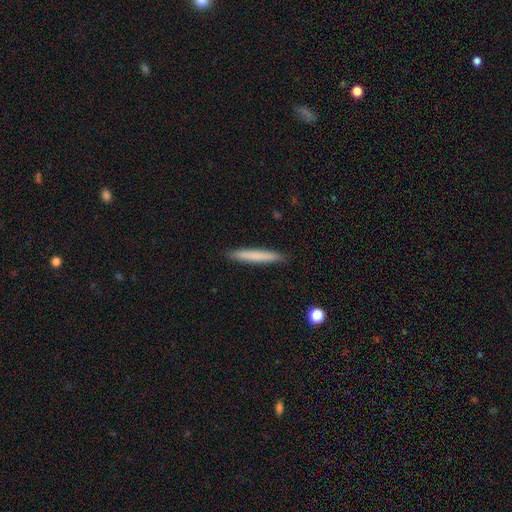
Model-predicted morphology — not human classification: Q: Smooth or featured?
A: smooth (75%); runner-up: featured or disk (19%)
Q: How rounded?
A: cigar-shaped (96%); runner-up: in between (3%)
Q: Merging?
A: none (91%); runner-up: minor disturbance (6%)